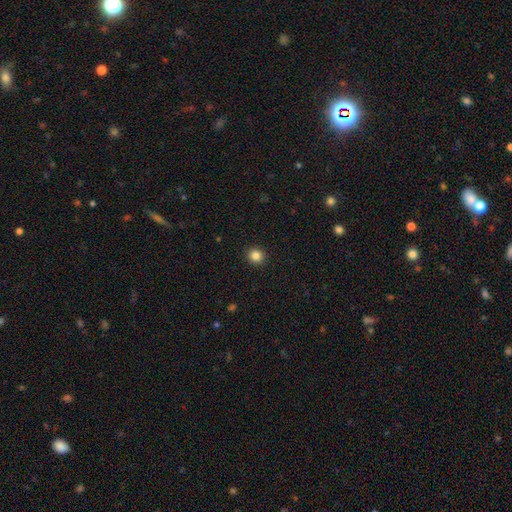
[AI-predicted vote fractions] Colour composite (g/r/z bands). It shows a smooth galaxy with no disk features (85%) that is round (90%). Merging: none (93%).